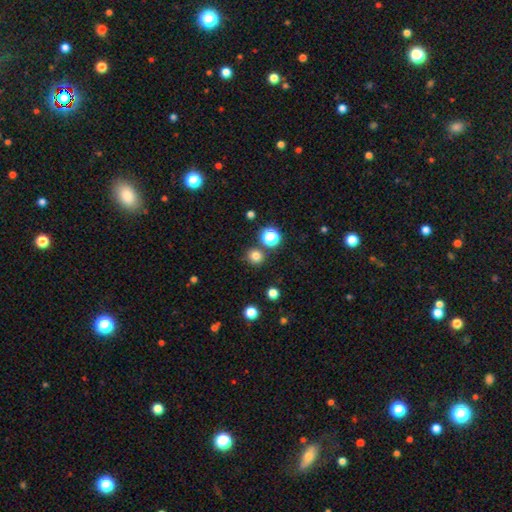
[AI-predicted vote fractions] Smooth or featured? Predicted: smooth (p=0.78). How rounded? Predicted: round (p=0.92). Merging? Predicted: none (p=0.84).